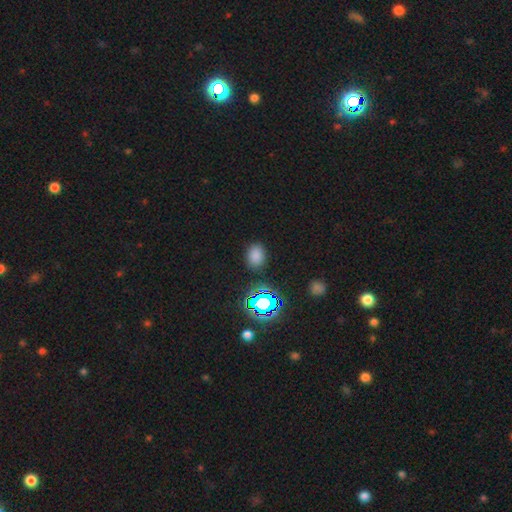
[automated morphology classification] A smooth galaxy with no disk features (73%) that is in between round and cigar-shaped (60%). Merging: none (85%).